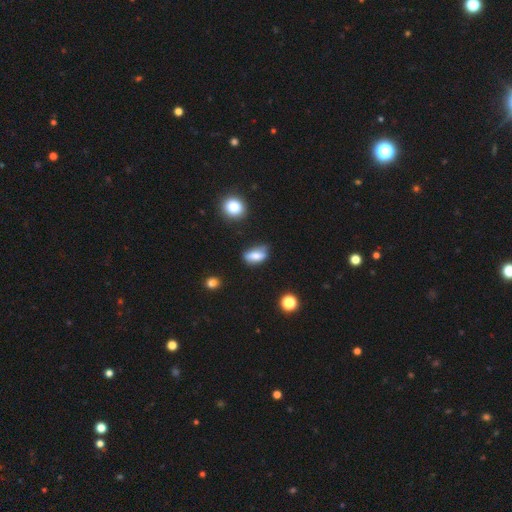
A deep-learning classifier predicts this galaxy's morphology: type=smooth (72%); roundness=in between (82%); merging=none (55%).